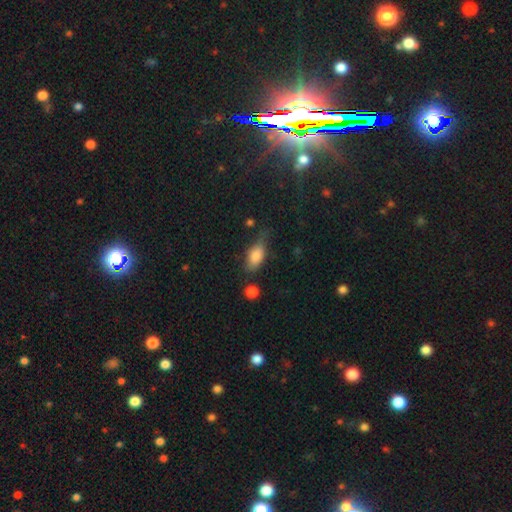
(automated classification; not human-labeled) Overall: smooth (79%). How rounded: in between (86%). Merging: none (44%; minor disturbance 37%).